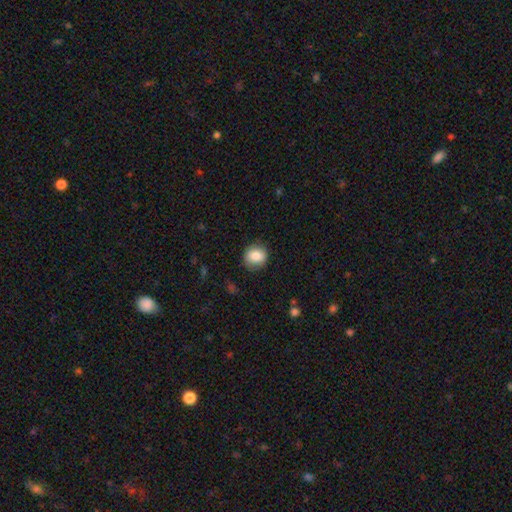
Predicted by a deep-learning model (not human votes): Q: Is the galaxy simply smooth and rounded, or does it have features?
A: smooth — 85%.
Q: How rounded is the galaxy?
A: round — 80%.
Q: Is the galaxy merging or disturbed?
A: none — 84%.